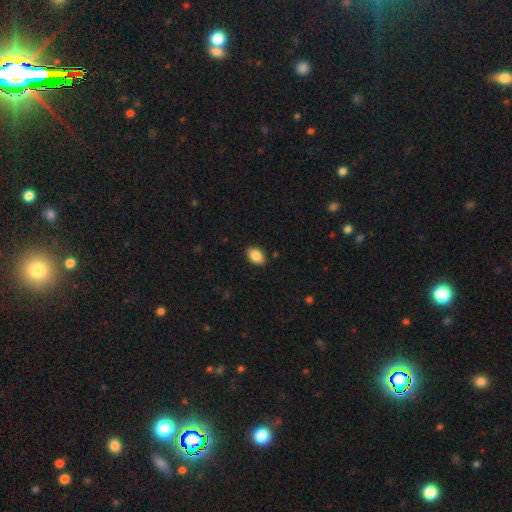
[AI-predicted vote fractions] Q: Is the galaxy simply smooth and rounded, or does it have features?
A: smooth — 87%.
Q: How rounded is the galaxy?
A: in between — 91%.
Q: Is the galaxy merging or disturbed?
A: none — 88%.